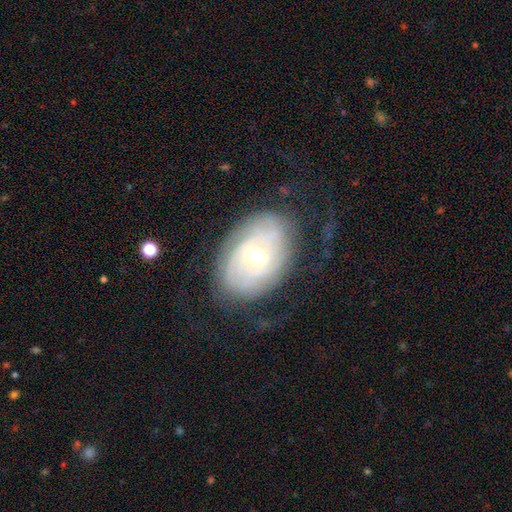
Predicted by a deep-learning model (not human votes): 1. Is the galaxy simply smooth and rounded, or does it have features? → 77% featured or disk, 16% smooth, 6% star or artifact.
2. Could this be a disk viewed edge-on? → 95% no, 5% yes.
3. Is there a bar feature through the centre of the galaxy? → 46% weak, 39% no, 15% strong.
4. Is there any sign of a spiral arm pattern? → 83% yes, 17% no.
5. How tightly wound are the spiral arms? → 70% tight, 22% medium, 8% loose.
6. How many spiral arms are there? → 50% can't tell, 27% 2, 10% 3, 5% 4, 5% 1, 4% more than 4.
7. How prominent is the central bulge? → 64% moderate, 30% small, 4% large, 1% dominant, 1% none.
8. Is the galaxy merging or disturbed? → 67% none, 21% minor disturbance, 10% major disturbance, 1% merger.